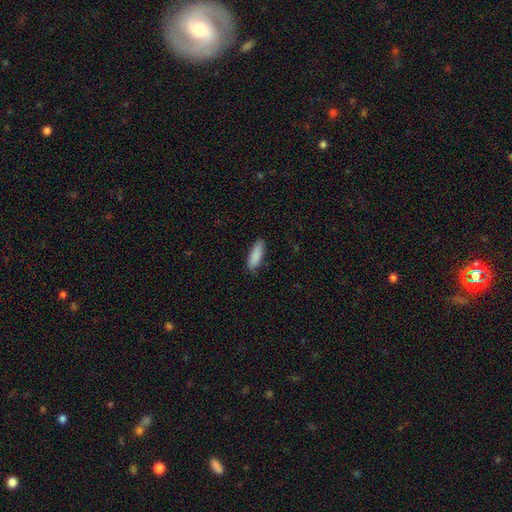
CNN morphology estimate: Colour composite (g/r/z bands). It shows a smooth galaxy with no disk features (89%) that is in between round and cigar-shaped (52%). Merging: none (85%).